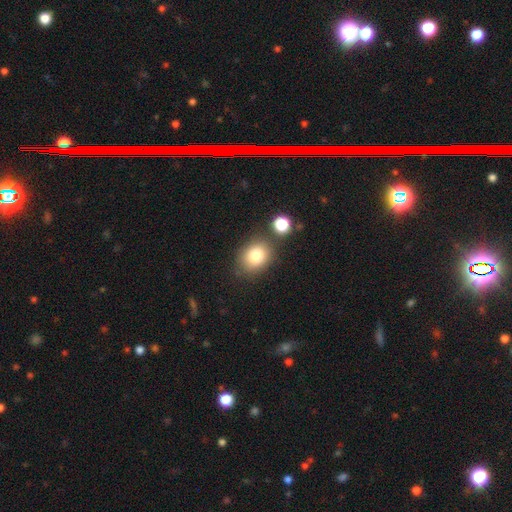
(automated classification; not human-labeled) smooth 80%, star or artifact 11%, featured or disk 9%. Down the decision tree: how rounded — round (51%); merging — none (74%).